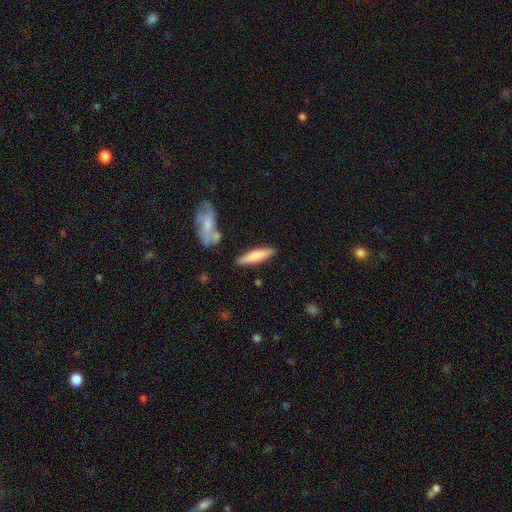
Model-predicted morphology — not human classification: A smooth galaxy with no disk features (70%) that is cigar-shaped (76%). Merging: none (84%).